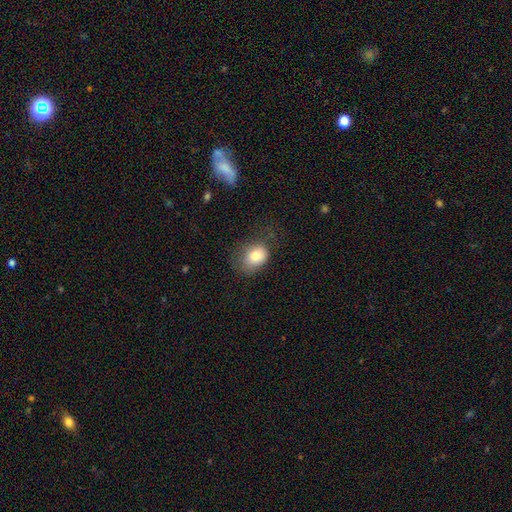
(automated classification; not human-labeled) This is likely a smooth galaxy (80%). How rounded: likely in between (62%). Merging: possibly none (50%).